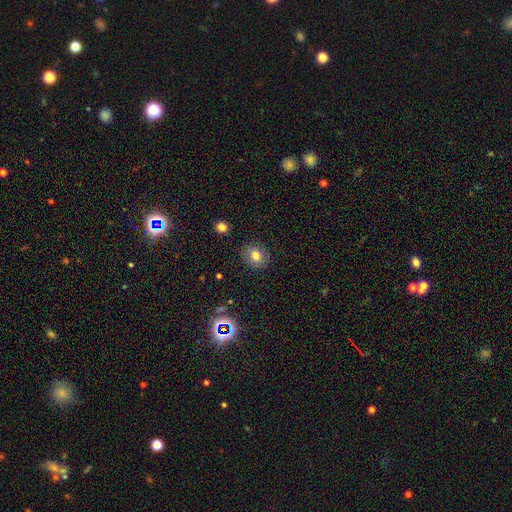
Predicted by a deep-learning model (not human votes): Overall: smooth (76%). How rounded: round (64%; in between 35%). Merging: none (86%).